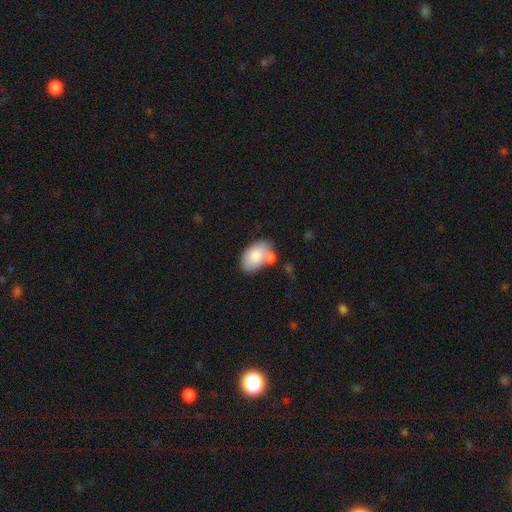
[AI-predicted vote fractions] Morphology: type=smooth (80%); roundness=in between (92%); merging=none (48%).